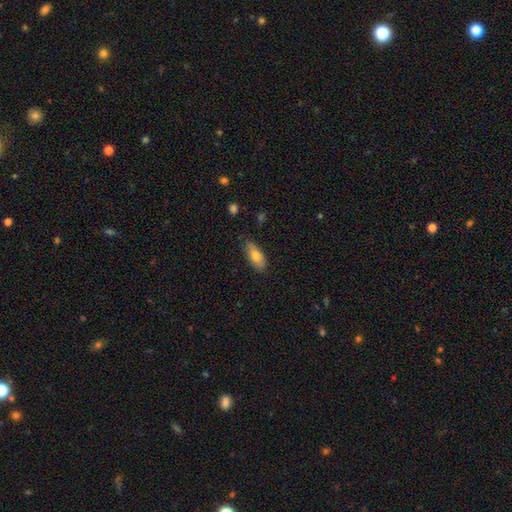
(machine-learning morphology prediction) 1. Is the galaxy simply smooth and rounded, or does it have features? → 76% smooth, 17% featured or disk, 7% star or artifact.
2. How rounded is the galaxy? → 82% in between, 15% cigar-shaped, 3% round.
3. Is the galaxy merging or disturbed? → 80% none, 16% minor disturbance, 3% major disturbance, 1% merger.